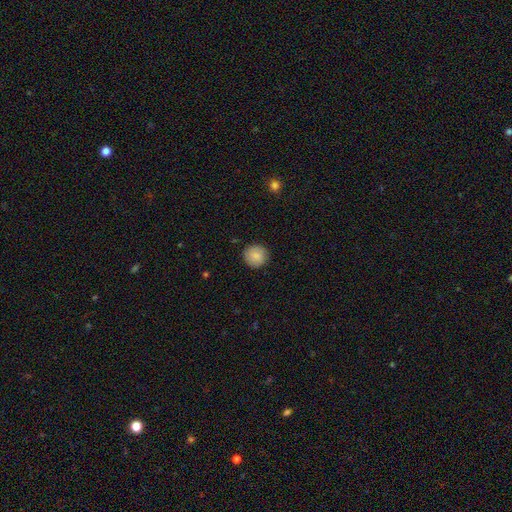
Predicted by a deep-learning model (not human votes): smooth-or-featured: smooth: 87% | star or artifact: 7% | featured or disk: 6%
  how-rounded: round: 94% | in between: 5% | cigar-shaped: 1%
  merging: none: 88% | minor disturbance: 8% | major disturbance: 2% | merger: 1%